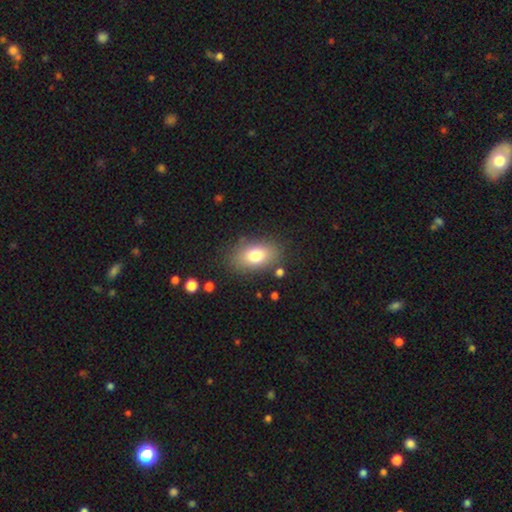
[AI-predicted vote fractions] Smooth or featured? Predicted: smooth (p=0.77). How rounded? Predicted: in between (p=0.86). Merging? Predicted: none (p=0.81).